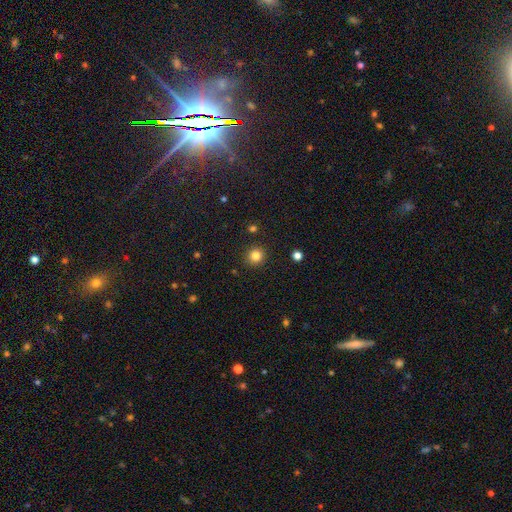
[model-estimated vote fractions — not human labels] smooth_or_featured: smooth (p=0.82) [alt: star or artifact p=0.13]
how_rounded: round (p=0.92) [alt: in between p=0.07]
merging: none (p=0.91) [alt: minor disturbance p=0.06]